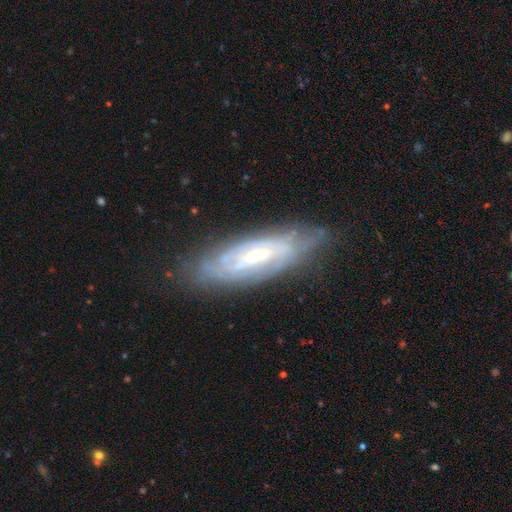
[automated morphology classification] Q: Smooth or featured?
A: featured or disk (77%); runner-up: smooth (16%)
Q: Edge-on disk?
A: no (77%); runner-up: yes (23%)
Q: Bar?
A: weak (45%); runner-up: no (34%)
Q: Spiral arms?
A: yes (85%); runner-up: no (15%)
Q: Spiral winding?
A: tight (67%); runner-up: medium (26%)
Q: Spiral arm count?
A: can't tell (58%); runner-up: 2 (20%)
Q: Bulge size?
A: small (47%); runner-up: moderate (41%)
Q: Merging?
A: none (71%); runner-up: minor disturbance (21%)